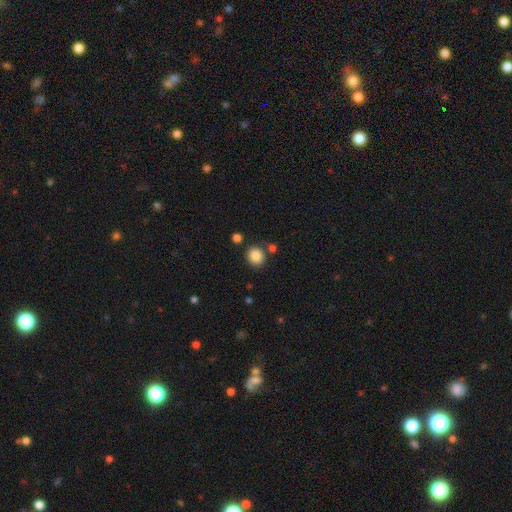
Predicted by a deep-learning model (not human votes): smooth 86%, star or artifact 10%, featured or disk 4%. Down the decision tree: how rounded — round (86%); merging — none (80%).